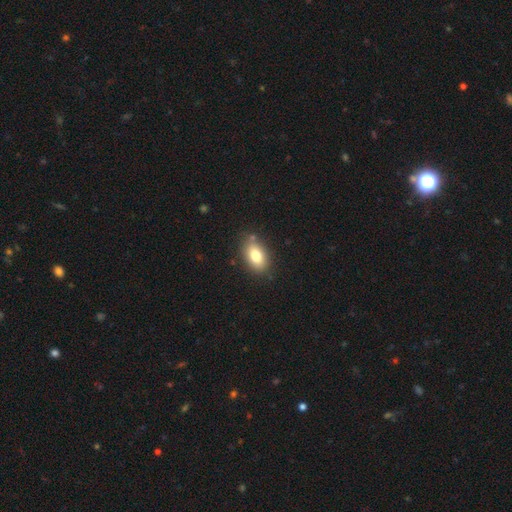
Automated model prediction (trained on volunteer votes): A smooth galaxy with no disk features (80%) that is in between round and cigar-shaped (89%).

Vote fractions:
- Smooth or featured? smooth: 80% / featured or disk: 12% / star or artifact: 8%
- How rounded? in between: 89% / round: 9% / cigar-shaped: 2%
- Merging? none: 81% / minor disturbance: 13% / merger: 3% / major disturbance: 3%